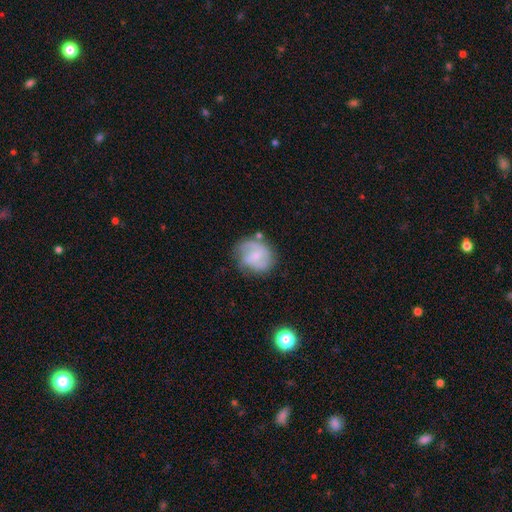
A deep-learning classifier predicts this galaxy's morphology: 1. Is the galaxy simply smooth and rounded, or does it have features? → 62% featured or disk, 31% smooth, 7% star or artifact.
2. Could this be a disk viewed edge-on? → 98% no, 2% yes.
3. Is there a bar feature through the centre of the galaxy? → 46% no, 45% weak, 9% strong.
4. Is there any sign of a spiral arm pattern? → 84% yes, 16% no.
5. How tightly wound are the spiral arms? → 46% medium, 30% tight, 25% loose.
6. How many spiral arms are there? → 51% 2, 23% can't tell, 13% 3, 7% 1, 3% 4, 2% more than 4.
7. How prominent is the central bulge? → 60% small, 26% moderate, 11% none, 2% large, 1% dominant.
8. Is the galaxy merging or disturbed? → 61% none, 23% minor disturbance, 11% major disturbance, 5% merger.